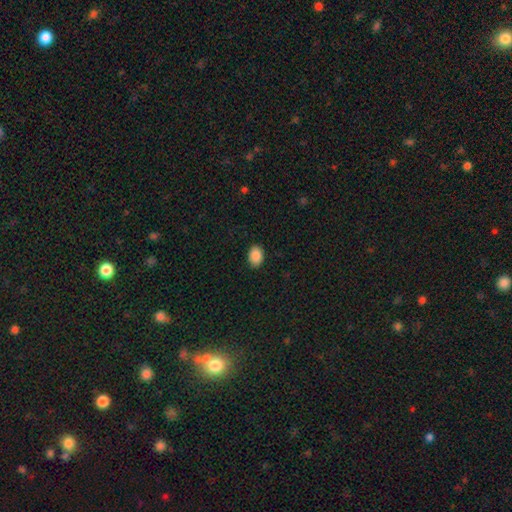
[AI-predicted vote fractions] The model was most divided on "how rounded": in between: 81%, round: 18%, cigar-shaped: 1%. More confident: smooth or featured — smooth (89%); merging — none (89%).